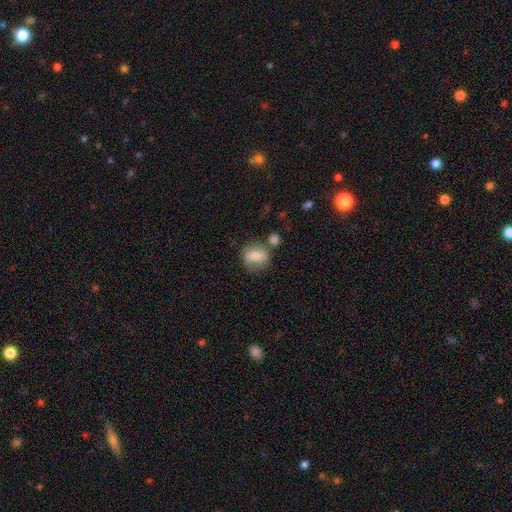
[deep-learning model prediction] A smooth galaxy with no disk features (64%) that is round (54%). Merging: none (60%).